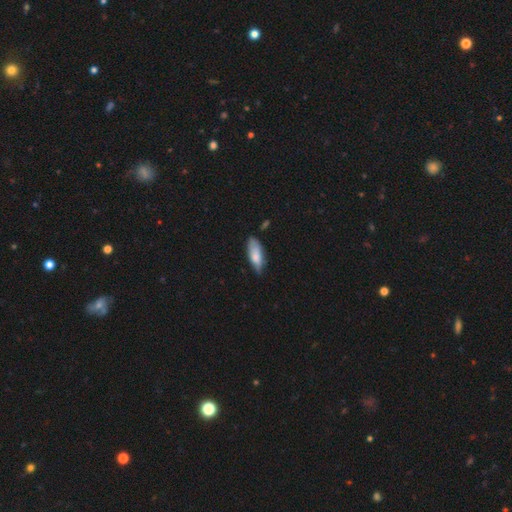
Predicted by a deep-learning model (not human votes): Smooth or featured: smooth — 76% (featured or disk — 18%)
How rounded: in between — 71% (cigar-shaped — 28%)
Merging: none — 57% (minor disturbance — 34%)